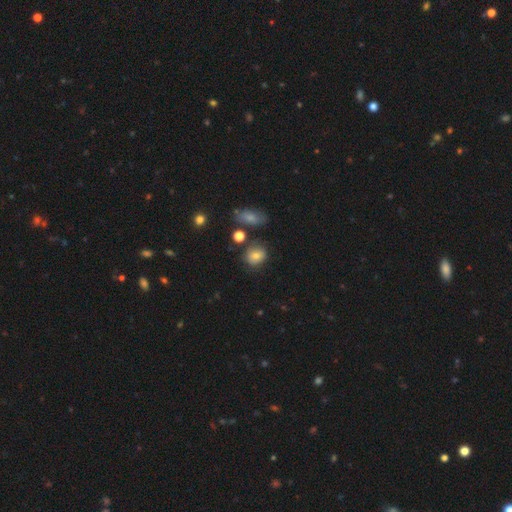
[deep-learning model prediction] The model was most divided on "how rounded": round: 68%, in between: 31%, cigar-shaped: 1%. More confident: smooth or featured — smooth (73%); merging — none (71%).